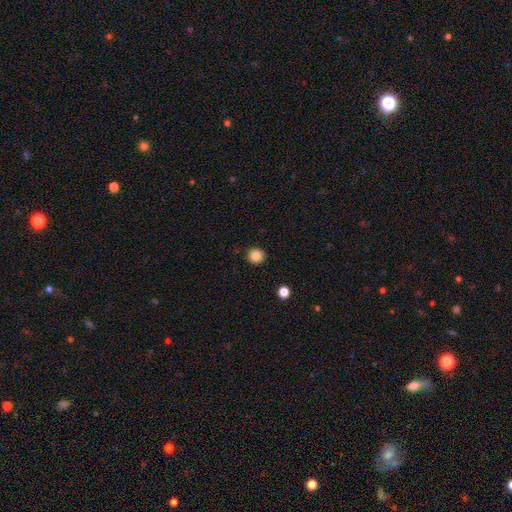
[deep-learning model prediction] Smooth or featured?
  - smooth: 84% *
  - star or artifact: 11%
  - featured or disk: 5%
How rounded?
  - round: 93% *
  - in between: 6%
  - cigar-shaped: 1%
Merging?
  - none: 92% *
  - minor disturbance: 5%
  - major disturbance: 2%
  - merger: 1%